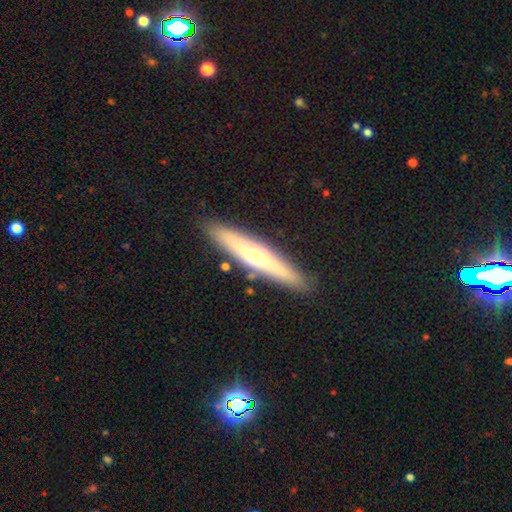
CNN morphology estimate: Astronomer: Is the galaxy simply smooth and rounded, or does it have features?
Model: featured or disk — 48% (runner-up: smooth, 46%).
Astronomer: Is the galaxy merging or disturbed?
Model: none — 87%.